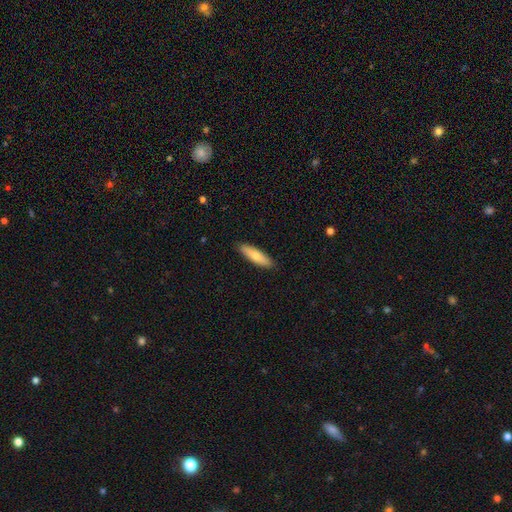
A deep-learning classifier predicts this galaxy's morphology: smooth_or_featured: smooth (p=0.75) [alt: featured or disk p=0.20]
how_rounded: cigar-shaped (p=0.67) [alt: in between p=0.32]
merging: none (p=0.89) [alt: minor disturbance p=0.09]